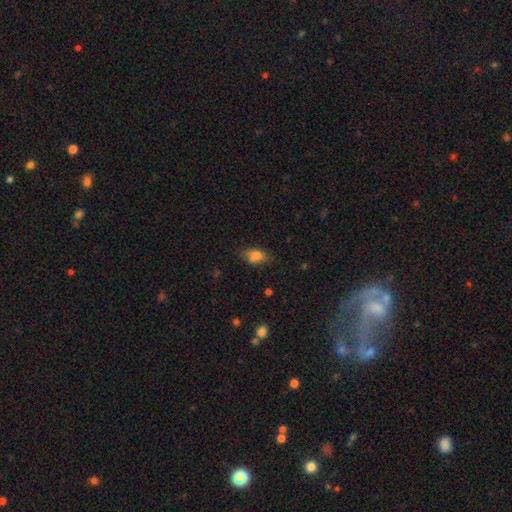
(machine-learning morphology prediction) Smooth or featured? smooth (75%)
How rounded? in between (83%)
Merging? none (59%)